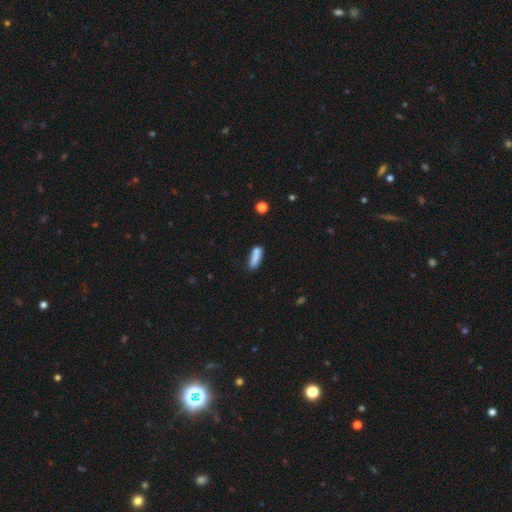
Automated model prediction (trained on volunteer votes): smooth-or-featured: smooth: 80% | featured or disk: 12% | star or artifact: 9%
  how-rounded: cigar-shaped: 54% | in between: 44% | round: 2%
  merging: none: 54% | minor disturbance: 23% | merger: 15% | major disturbance: 8%